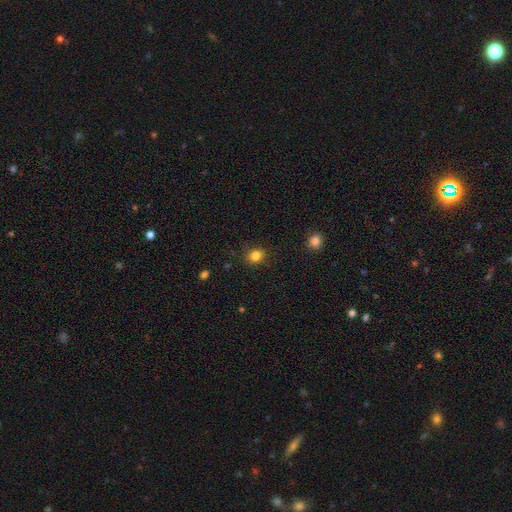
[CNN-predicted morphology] smooth_or_featured: smooth (p=0.83) [alt: star or artifact p=0.13]
how_rounded: round (p=0.78) [alt: in between p=0.21]
merging: none (p=0.87) [alt: minor disturbance p=0.10]